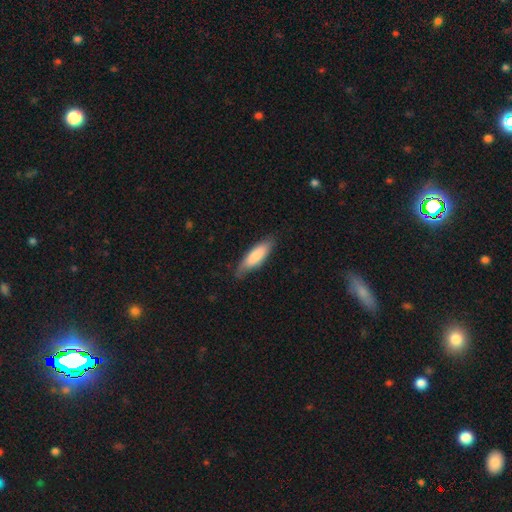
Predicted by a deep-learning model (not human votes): Smooth or featured?
  - smooth: 81% *
  - featured or disk: 14%
  - star or artifact: 5%
How rounded?
  - cigar-shaped: 50% *
  - in between: 49%
  - round: 1%
Merging?
  - none: 74% *
  - minor disturbance: 21%
  - major disturbance: 4%
  - merger: 1%